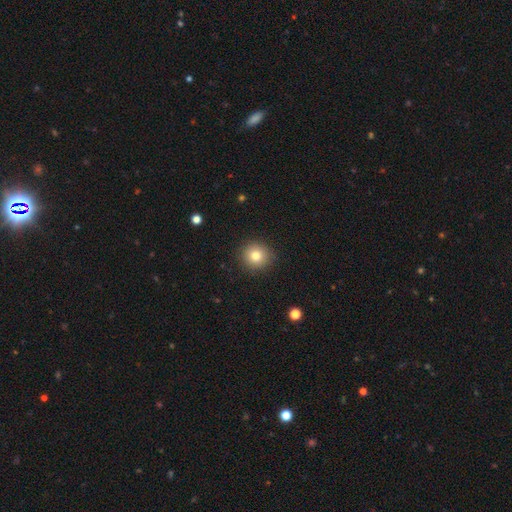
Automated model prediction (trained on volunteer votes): Smooth or featured? Predicted: smooth (p=0.79). How rounded? Predicted: round (p=0.92). Merging? Predicted: none (p=0.90).